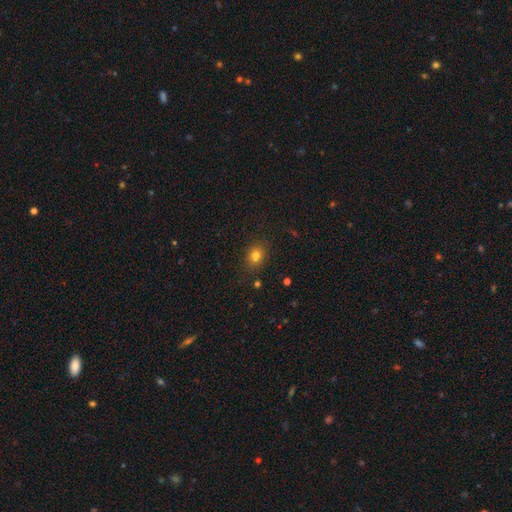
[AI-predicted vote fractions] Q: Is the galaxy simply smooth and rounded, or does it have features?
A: smooth — 79%.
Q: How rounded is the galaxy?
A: round — 52%.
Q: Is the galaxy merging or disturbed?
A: none — 85%.